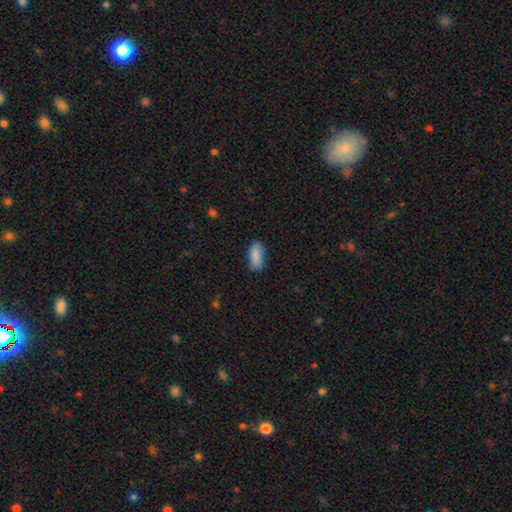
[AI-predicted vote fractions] smooth-or-featured: smooth: 88% | star or artifact: 7% | featured or disk: 5%
  how-rounded: in between: 87% | cigar-shaped: 10% | round: 2%
  merging: none: 77% | minor disturbance: 18% | major disturbance: 3% | merger: 1%